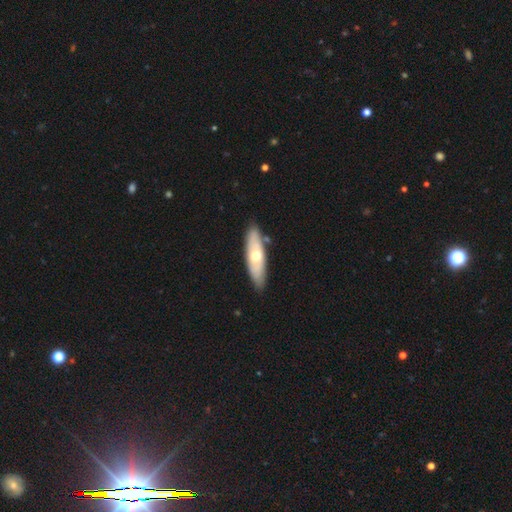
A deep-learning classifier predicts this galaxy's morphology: Smooth or featured?
  - featured or disk: 50% *
  - smooth: 44%
  - star or artifact: 5%
Edge-on disk?
  - no: 58% *
  - yes: 42%
Merging?
  - none: 82% *
  - minor disturbance: 13%
  - merger: 3%
  - major disturbance: 3%